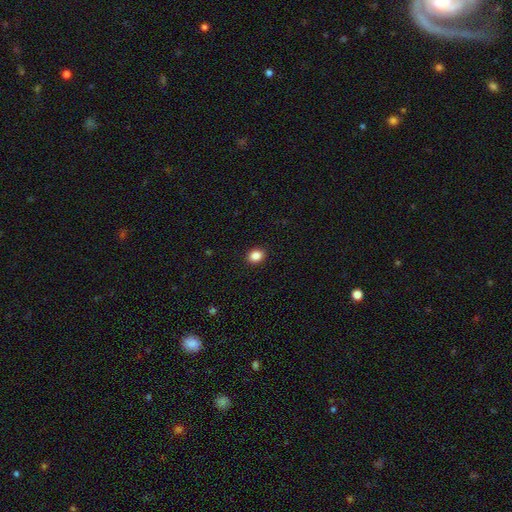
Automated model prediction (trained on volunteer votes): Smooth or featured? smooth (87%)
How rounded? in between (53%)
Merging? none (91%)